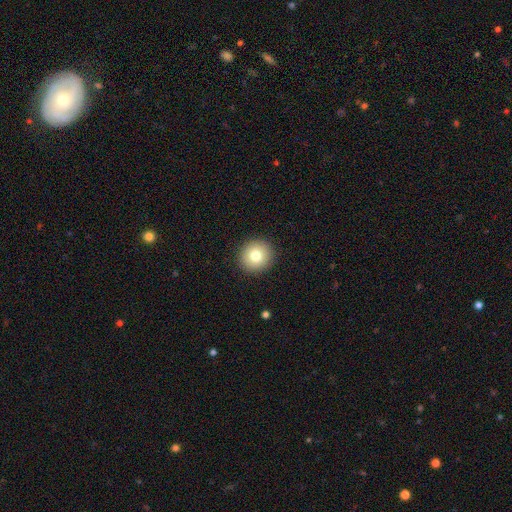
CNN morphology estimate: Overall: smooth (78%). How rounded: round (92%). Merging: none (92%).